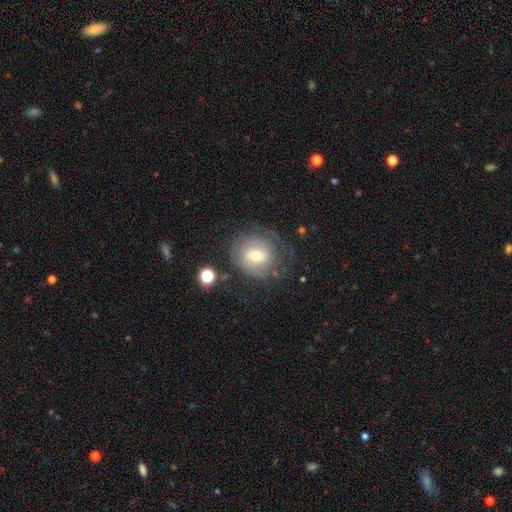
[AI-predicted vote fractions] Morphology: type=featured or disk (56%); edge-on=no (96%); bar=no (45%); spiral arms=yes (70%); bulge=moderate (59%); merging=none (61%).